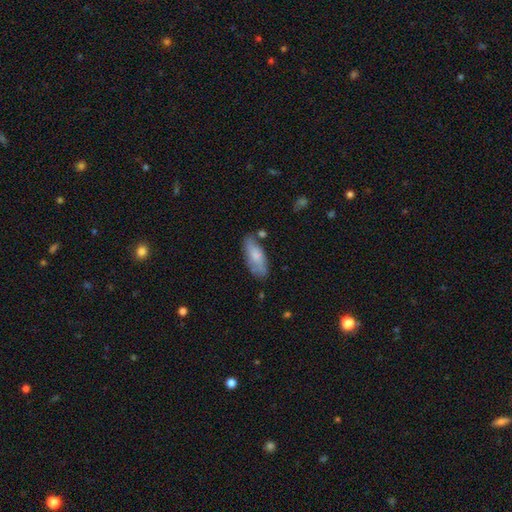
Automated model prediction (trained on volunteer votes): smooth_or_featured: smooth (p=0.69) [alt: featured or disk p=0.25]
how_rounded: in between (p=0.77) [alt: cigar-shaped p=0.20]
merging: none (p=0.63) [alt: minor disturbance p=0.24]